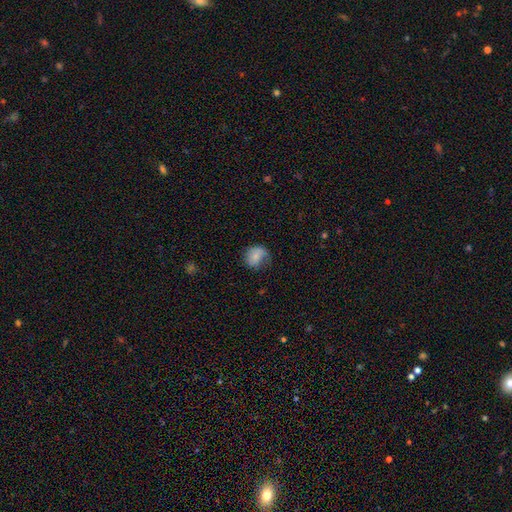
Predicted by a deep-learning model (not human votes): A smooth galaxy with no disk features (71%) that is round (64%).

Vote fractions:
- Smooth or featured? smooth: 71% / featured or disk: 21% / star or artifact: 8%
- How rounded? round: 64% / in between: 35% / cigar-shaped: 1%
- Merging? none: 47% / minor disturbance: 31% / major disturbance: 20% / merger: 2%